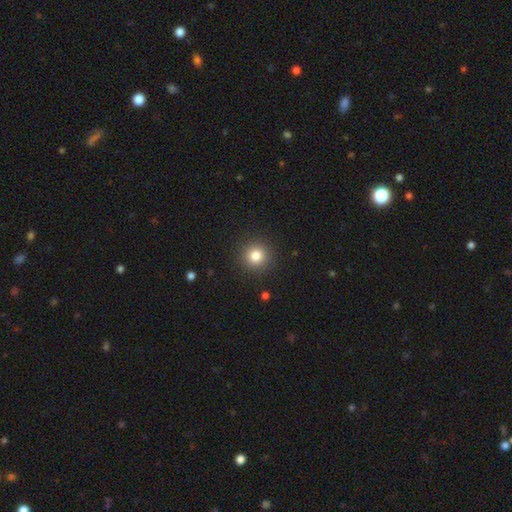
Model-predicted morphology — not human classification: Smooth or featured?
  - smooth: 82% *
  - star or artifact: 12%
  - featured or disk: 6%
How rounded?
  - round: 94% *
  - in between: 5%
  - cigar-shaped: 1%
Merging?
  - none: 91% *
  - minor disturbance: 6%
  - major disturbance: 2%
  - merger: 1%